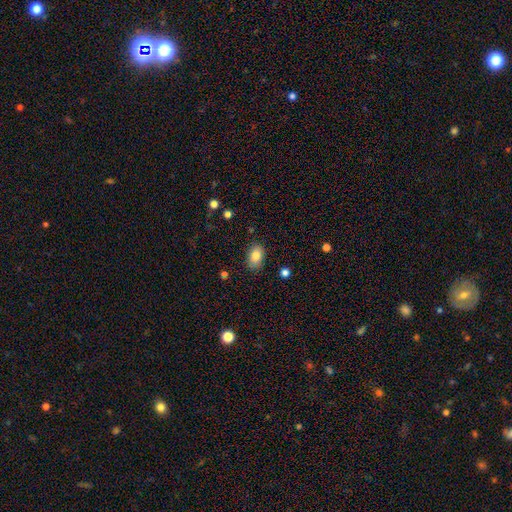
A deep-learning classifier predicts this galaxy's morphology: A smooth galaxy with no disk features (85%) that is in between round and cigar-shaped (88%). Merging: none (84%).